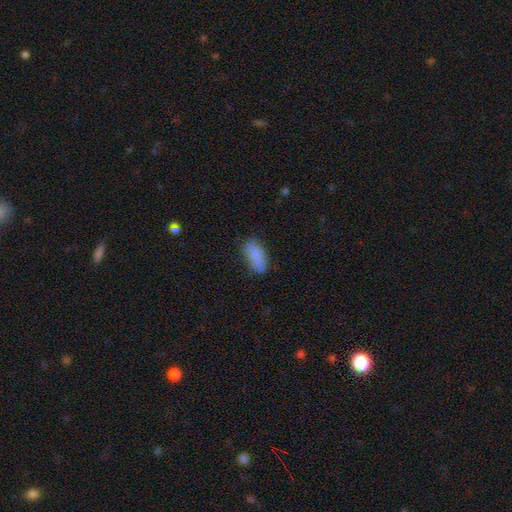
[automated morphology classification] Smooth or featured?
  - smooth: 84% *
  - star or artifact: 8%
  - featured or disk: 8%
How rounded?
  - in between: 83% *
  - cigar-shaped: 14%
  - round: 3%
Merging?
  - none: 70% *
  - minor disturbance: 22%
  - major disturbance: 6%
  - merger: 2%